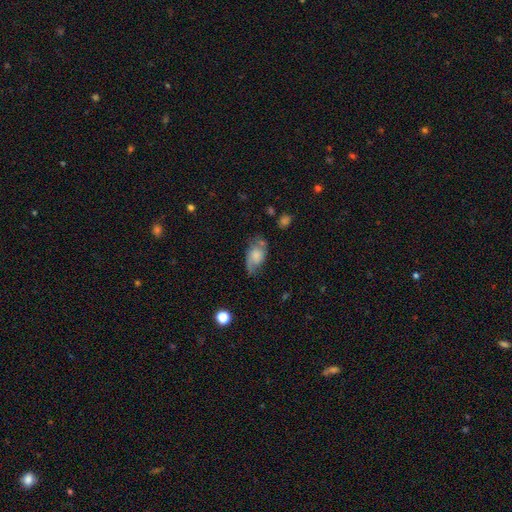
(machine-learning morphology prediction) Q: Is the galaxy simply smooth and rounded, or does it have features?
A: smooth — 47%.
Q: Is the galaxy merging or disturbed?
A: none — 50%.